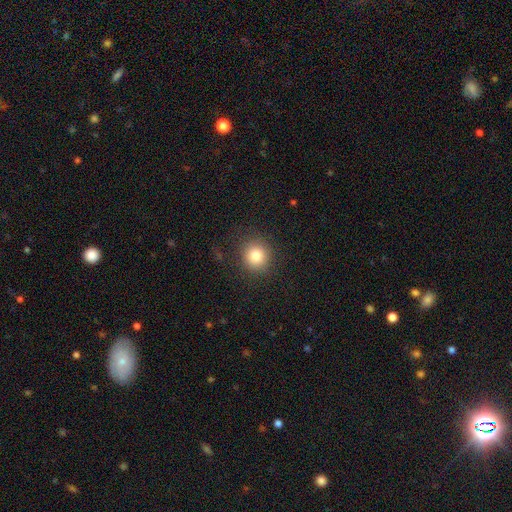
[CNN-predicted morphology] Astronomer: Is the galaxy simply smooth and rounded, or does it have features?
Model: smooth — 82%.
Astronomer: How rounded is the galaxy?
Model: round — 90%.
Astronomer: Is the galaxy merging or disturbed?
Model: none — 88%.